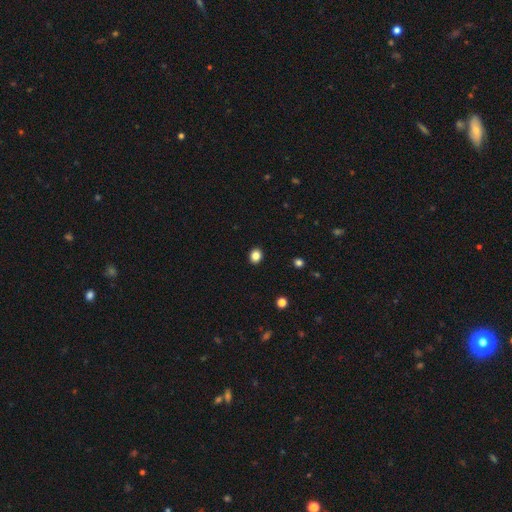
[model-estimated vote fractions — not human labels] Smooth or featured: smooth — 85% (star or artifact — 11%)
How rounded: round — 63% (in between — 36%)
Merging: none — 92% (minor disturbance — 6%)